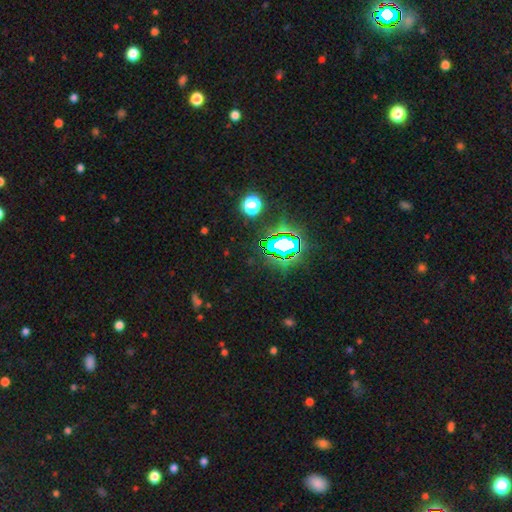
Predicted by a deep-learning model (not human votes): Smooth or featured? Predicted: star or artifact (p=0.78).